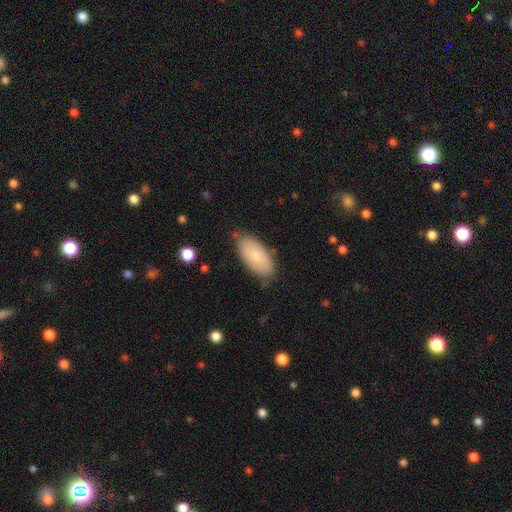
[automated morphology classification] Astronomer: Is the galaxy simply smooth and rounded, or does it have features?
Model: smooth — 71%.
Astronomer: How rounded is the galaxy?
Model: in between — 93%.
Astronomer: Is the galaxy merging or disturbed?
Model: none — 76%.